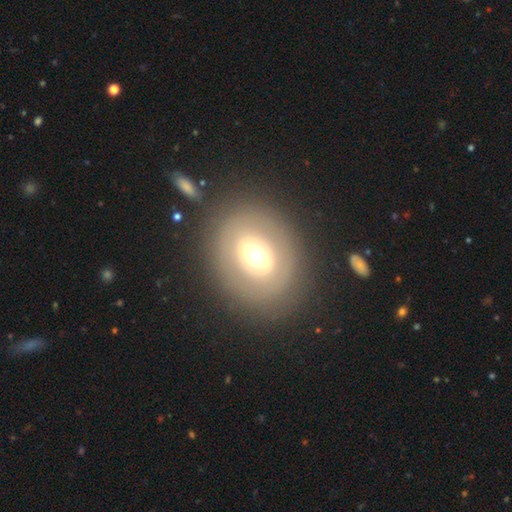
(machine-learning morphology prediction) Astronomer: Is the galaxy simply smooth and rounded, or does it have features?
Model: smooth — 46%, tied with featured or disk at 46%.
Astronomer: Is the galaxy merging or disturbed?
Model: none — 82%.